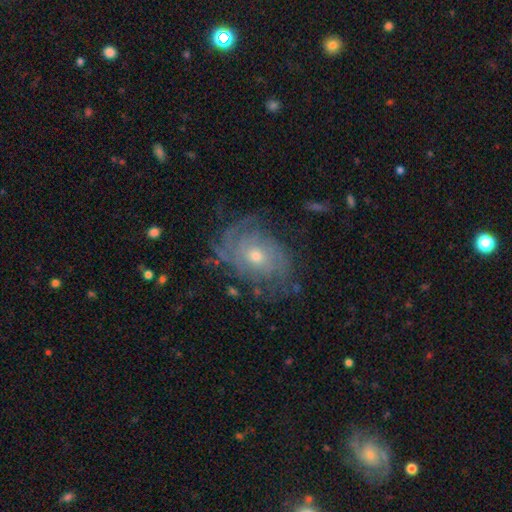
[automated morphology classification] Smooth or featured? Predicted: featured or disk (p=0.73). Edge-on disk? Predicted: no (p=0.96). Bar? Predicted: no (p=0.80). Spiral arms? Predicted: yes (p=0.86). Spiral winding? Predicted: tight (p=0.65). Spiral arm count? Predicted: can't tell (p=0.50). Bulge size? Predicted: moderate (p=0.52). Merging? Predicted: none (p=0.71).